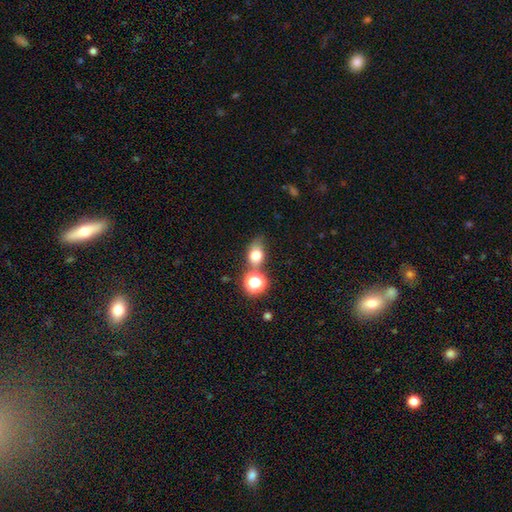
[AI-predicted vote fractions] smooth 73%, star or artifact 15%, featured or disk 12%. Down the decision tree: how rounded — in between (57%); merging — none (53%).